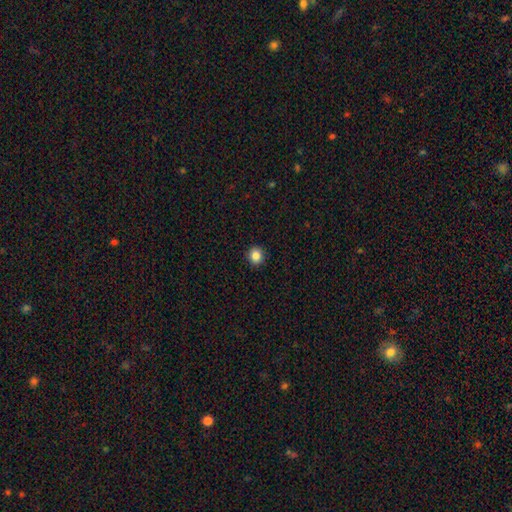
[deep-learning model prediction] smooth-or-featured: smooth: 86% | star or artifact: 10% | featured or disk: 4%
  how-rounded: round: 87% | in between: 12% | cigar-shaped: 1%
  merging: none: 92% | minor disturbance: 5% | major disturbance: 2% | merger: 1%